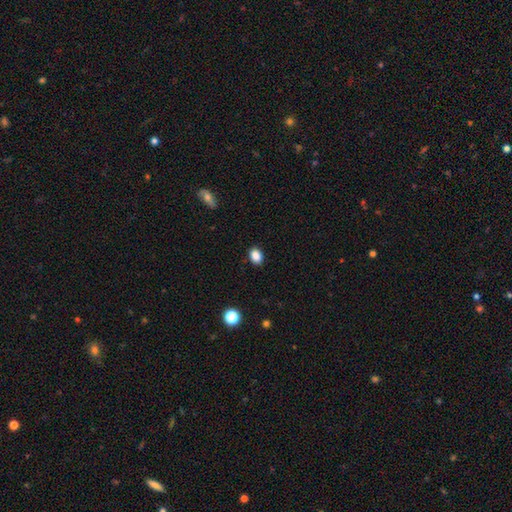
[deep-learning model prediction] Smooth or featured: smooth — 87% (star or artifact — 10%)
How rounded: in between — 71% (round — 27%)
Merging: none — 89% (minor disturbance — 8%)